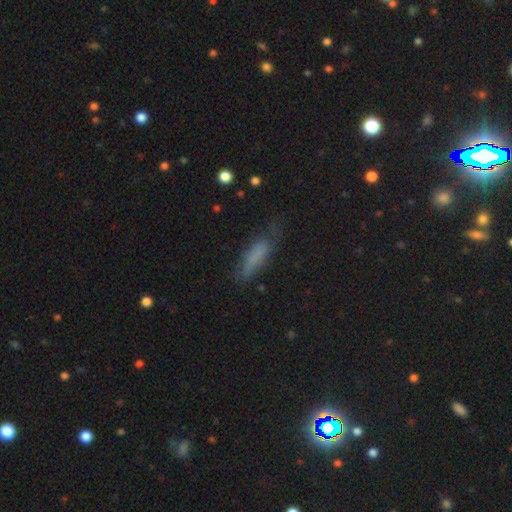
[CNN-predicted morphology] Overall: smooth (70%). How rounded: cigar-shaped (64%; in between 34%). Merging: none (56%; minor disturbance 29%).